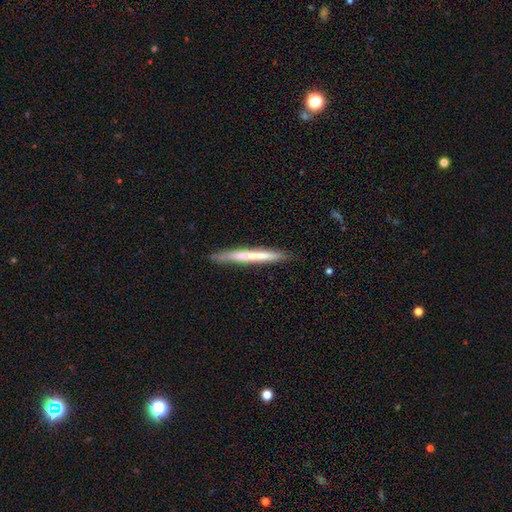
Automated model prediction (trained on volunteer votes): Morphology: type=smooth (57%); roundness=cigar-shaped (97%); merging=none (87%).